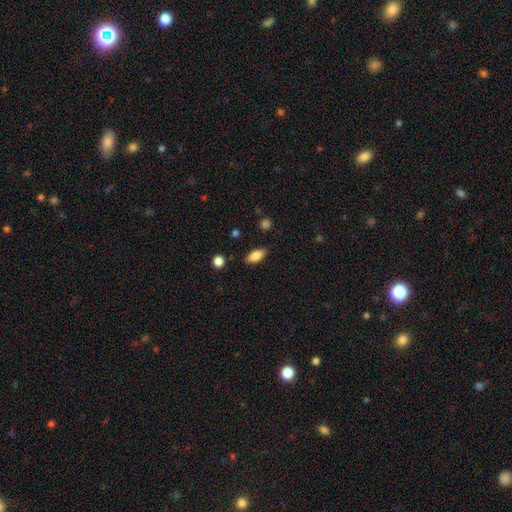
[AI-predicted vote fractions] Morphology: type=smooth (81%); roundness=in between (85%); merging=none (83%).